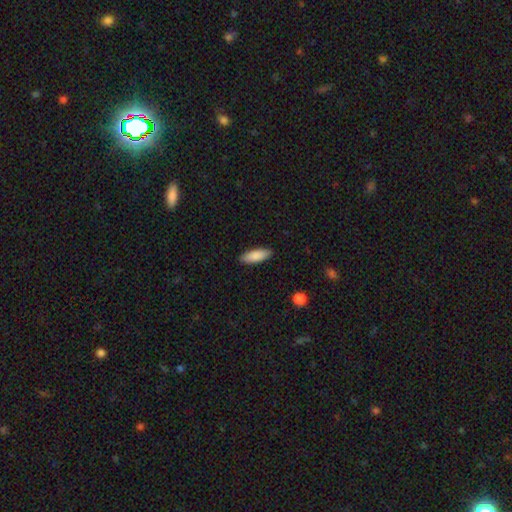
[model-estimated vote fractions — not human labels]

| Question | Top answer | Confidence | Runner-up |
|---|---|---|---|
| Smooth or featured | smooth | 87% | featured or disk (7%) |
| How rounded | in between | 65% | cigar-shaped (34%) |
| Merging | none | 89% | minor disturbance (8%) |